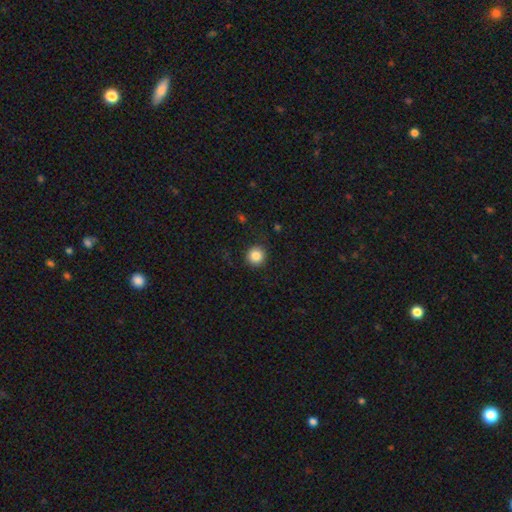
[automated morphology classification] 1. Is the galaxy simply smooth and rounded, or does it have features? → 86% smooth, 10% star or artifact, 4% featured or disk.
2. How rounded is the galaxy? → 94% round, 5% in between, 1% cigar-shaped.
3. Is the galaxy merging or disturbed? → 89% none, 7% minor disturbance, 2% major disturbance, 1% merger.